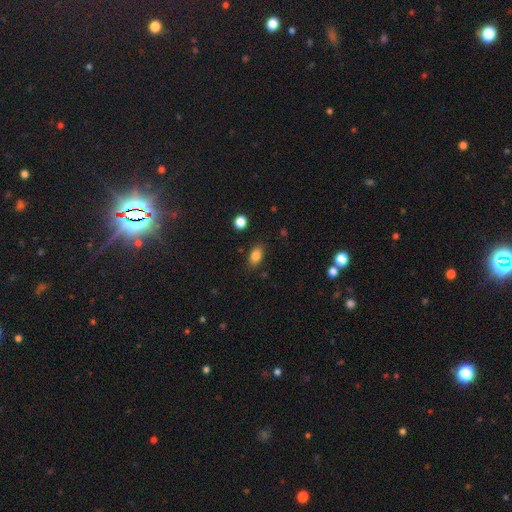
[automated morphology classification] Smooth or featured?
  - smooth: 83% *
  - star or artifact: 10%
  - featured or disk: 7%
How rounded?
  - in between: 86% *
  - round: 10%
  - cigar-shaped: 3%
Merging?
  - none: 84% *
  - minor disturbance: 11%
  - major disturbance: 3%
  - merger: 2%